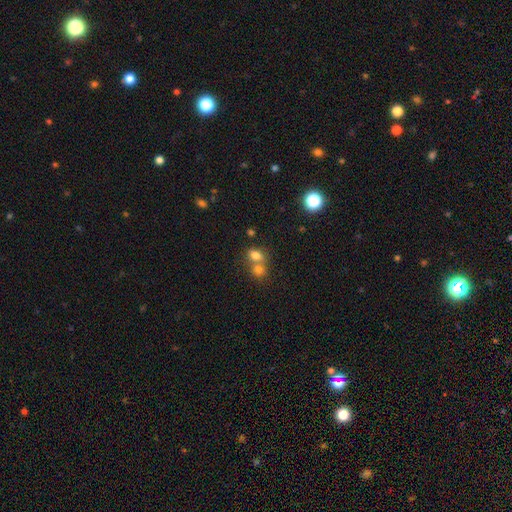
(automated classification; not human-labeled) A smooth galaxy with no disk features (77%) that is in between round and cigar-shaped (55%). Merging: merger (57%).